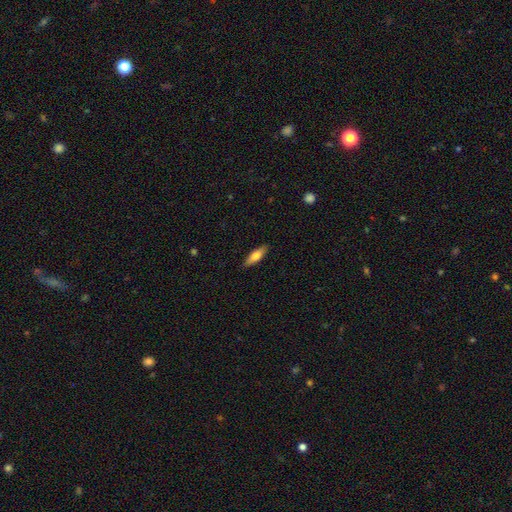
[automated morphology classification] Overall: smooth (69%). How rounded: in between (50%; cigar-shaped 48%). Merging: none (88%).